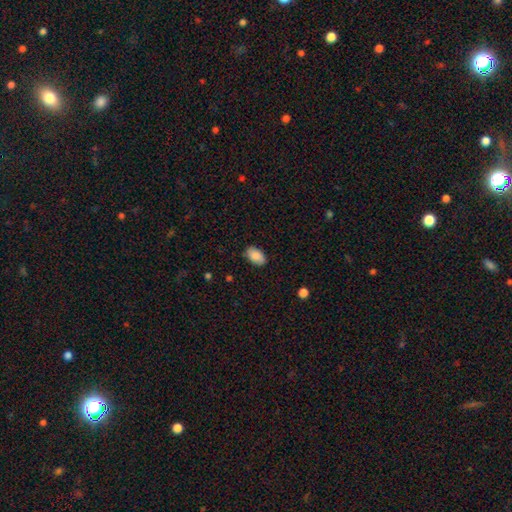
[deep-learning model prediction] Smooth or featured: smooth — 88% (star or artifact — 7%)
How rounded: in between — 93% (round — 5%)
Merging: none — 86% (minor disturbance — 11%)